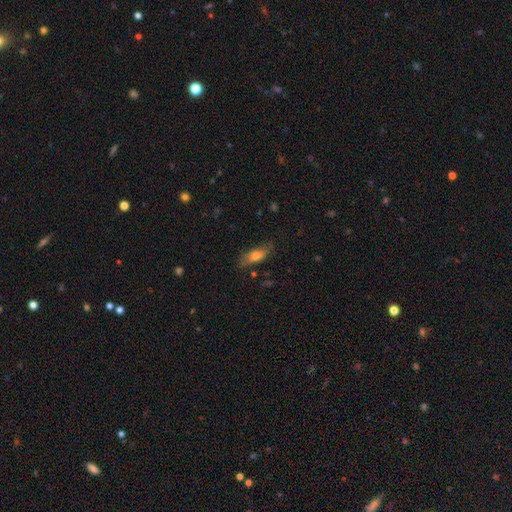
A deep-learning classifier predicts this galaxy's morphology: A smooth galaxy with no disk features (66%) that is in between round and cigar-shaped (67%). Merging: none (74%).